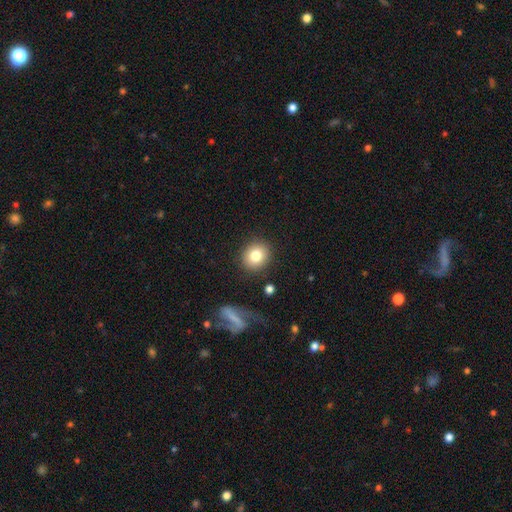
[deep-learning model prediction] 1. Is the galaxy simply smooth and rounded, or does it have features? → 81% smooth, 10% featured or disk, 10% star or artifact.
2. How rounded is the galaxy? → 77% round, 22% in between, 1% cigar-shaped.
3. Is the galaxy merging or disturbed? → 87% none, 8% minor disturbance, 3% major disturbance, 2% merger.